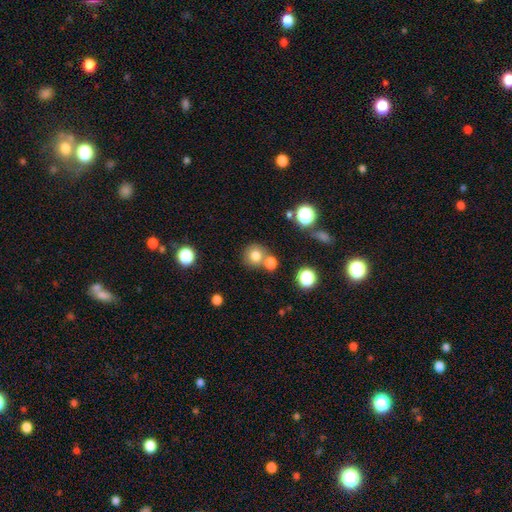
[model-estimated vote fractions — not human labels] Smooth or featured? smooth (76%)
How rounded? round (87%)
Merging? none (62%)